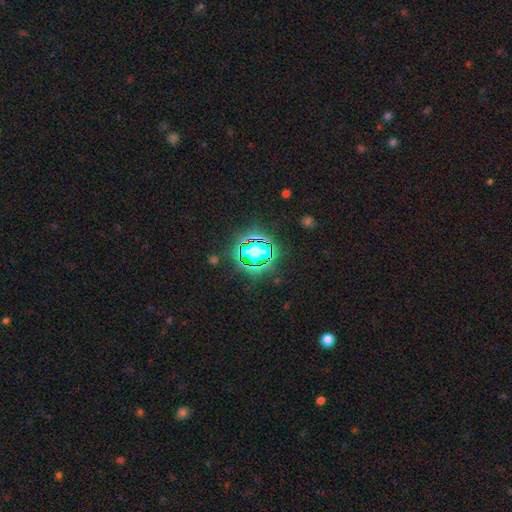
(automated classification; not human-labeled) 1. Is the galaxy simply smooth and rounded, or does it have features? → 79% star or artifact, 13% smooth, 7% featured or disk.